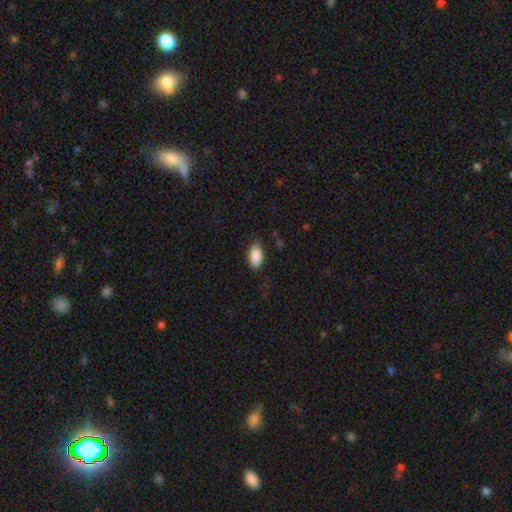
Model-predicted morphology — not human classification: Smooth or featured: smooth — 89% (star or artifact — 7%)
How rounded: in between — 93% (cigar-shaped — 4%)
Merging: none — 80% (minor disturbance — 14%)